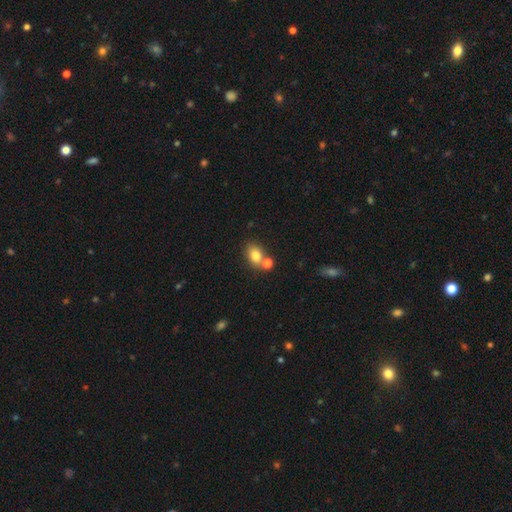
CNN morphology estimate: A smooth galaxy with no disk features (80%) that is in between round and cigar-shaped (62%).

Vote fractions:
- Smooth or featured? smooth: 80% / star or artifact: 11% / featured or disk: 9%
- How rounded? in between: 62% / round: 36% / cigar-shaped: 1%
- Merging? none: 56% / merger: 29% / minor disturbance: 11% / major disturbance: 4%